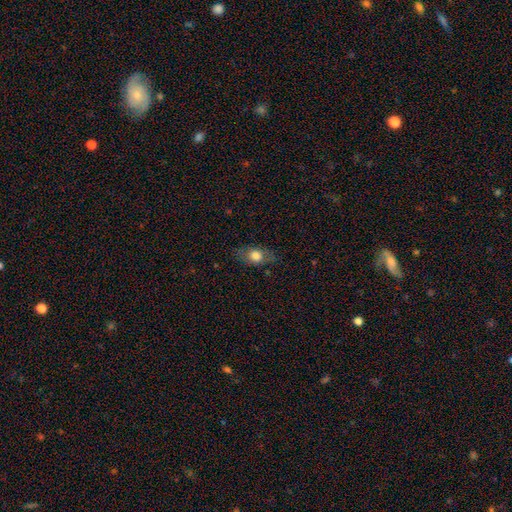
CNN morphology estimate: Overall: smooth (70%). How rounded: in between (76%). Merging: none (77%).